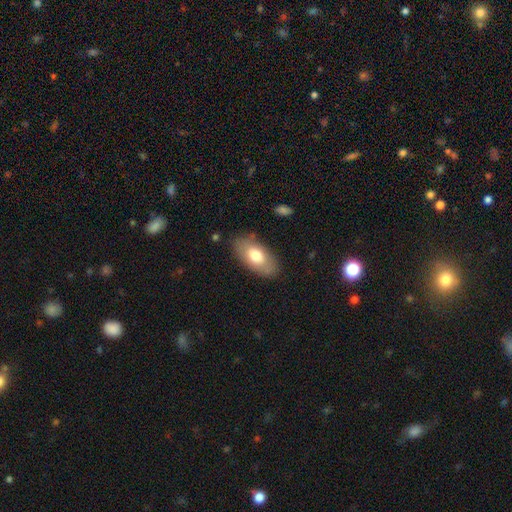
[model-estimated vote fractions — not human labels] Overall: smooth (71%). How rounded: in between (93%). Merging: none (81%).